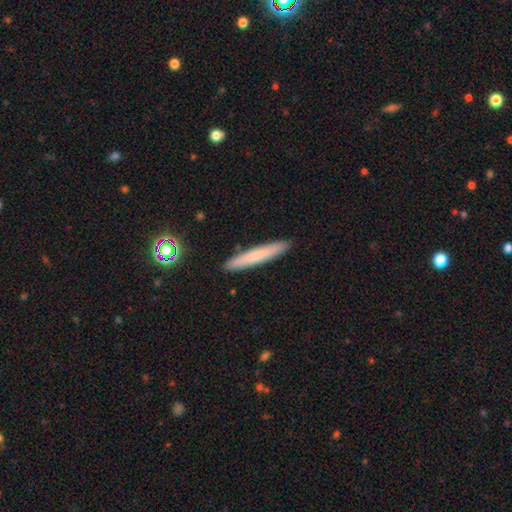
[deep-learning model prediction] This is likely a smooth galaxy (70%). How rounded: clearly cigar-shaped (95%). Merging: clearly none (91%).